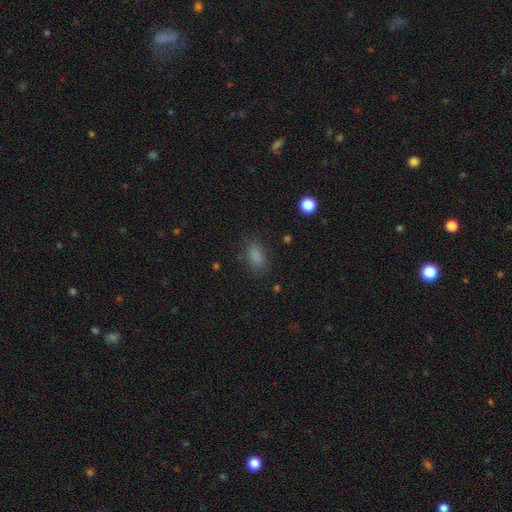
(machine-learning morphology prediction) smooth-or-featured: smooth: 83% | star or artifact: 12% | featured or disk: 5%
  how-rounded: in between: 86% | round: 10% | cigar-shaped: 4%
  merging: none: 81% | minor disturbance: 13% | major disturbance: 5% | merger: 1%